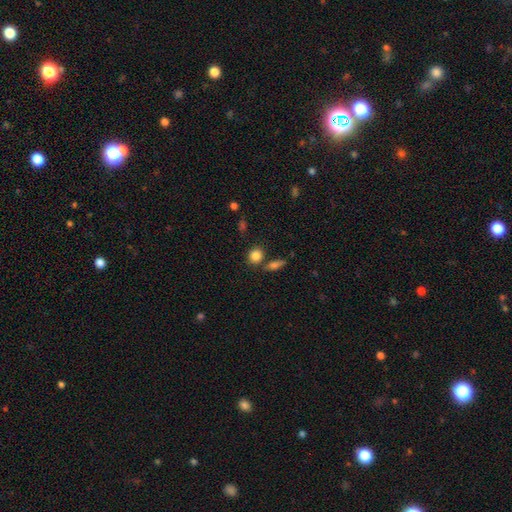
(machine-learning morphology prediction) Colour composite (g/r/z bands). It shows a smooth galaxy with no disk features (84%) that is round (71%). Merging: none (71%).